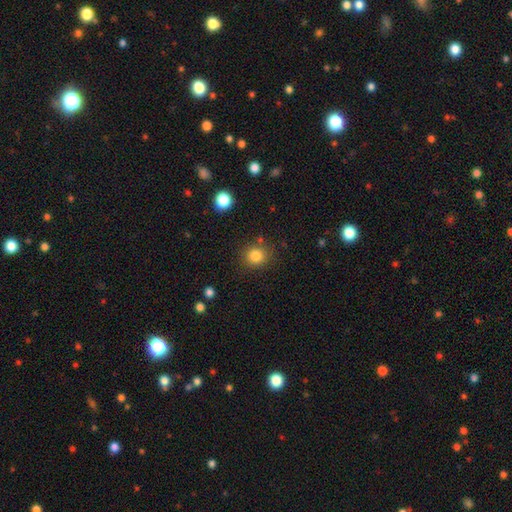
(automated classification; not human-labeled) Smooth or featured? smooth (84%)
How rounded? round (85%)
Merging? none (83%)